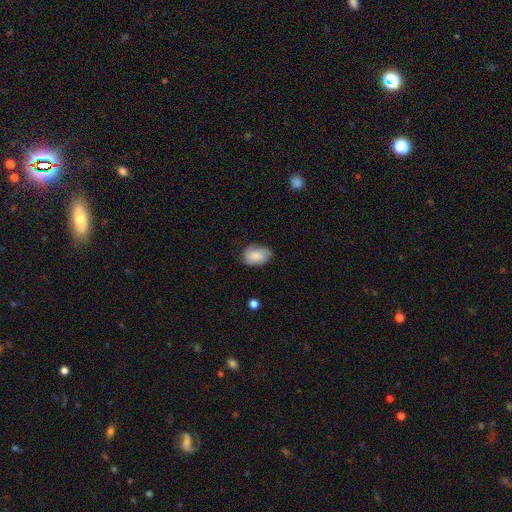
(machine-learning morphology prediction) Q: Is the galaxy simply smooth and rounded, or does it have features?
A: smooth — 78%.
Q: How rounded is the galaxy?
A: in between — 84%.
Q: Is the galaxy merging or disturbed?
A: none — 67%.